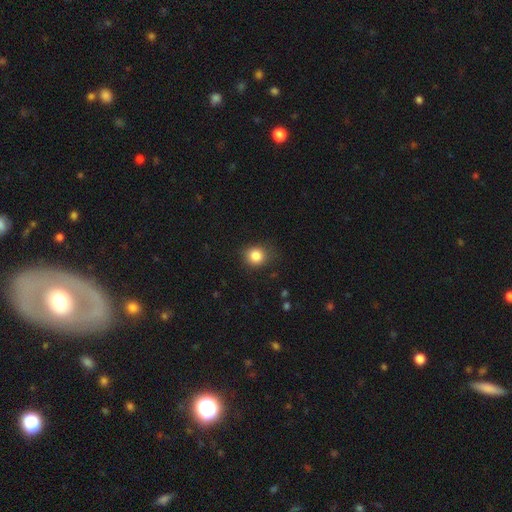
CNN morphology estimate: smooth 85%, star or artifact 11%, featured or disk 5%. Down the decision tree: how rounded — round (82%); merging — none (80%).